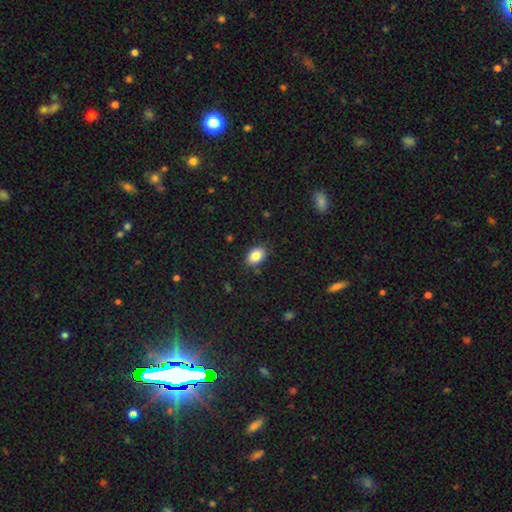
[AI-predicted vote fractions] smooth-or-featured: smooth: 84% | star or artifact: 8% | featured or disk: 7%
  how-rounded: in between: 81% | round: 17% | cigar-shaped: 1%
  merging: none: 85% | minor disturbance: 11% | major disturbance: 2% | merger: 1%